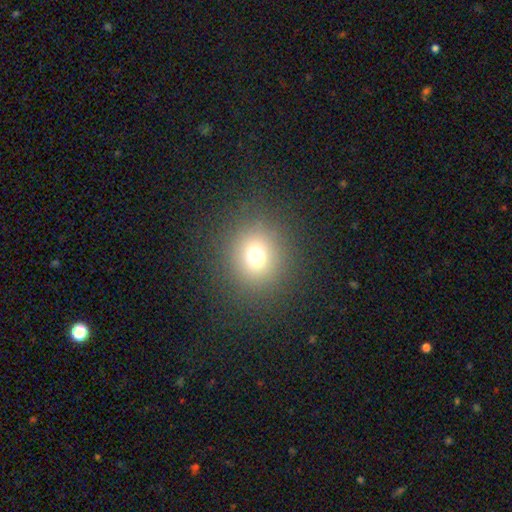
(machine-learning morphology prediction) A smooth galaxy with no disk features (69%) that is round (88%). Merging: none (87%).